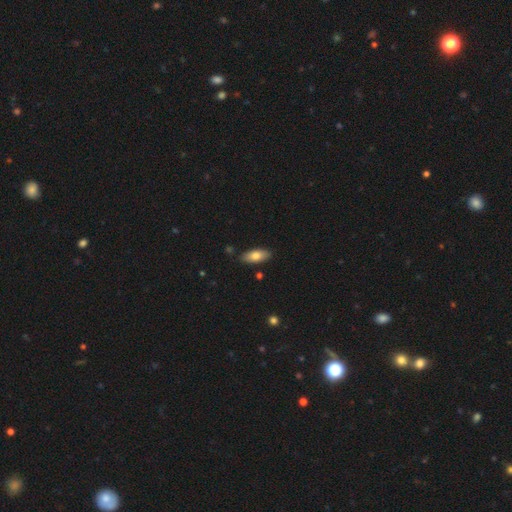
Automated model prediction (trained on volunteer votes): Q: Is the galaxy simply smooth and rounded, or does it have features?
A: smooth — 77%.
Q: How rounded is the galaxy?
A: in between — 81%.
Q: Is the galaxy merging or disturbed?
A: none — 86%.